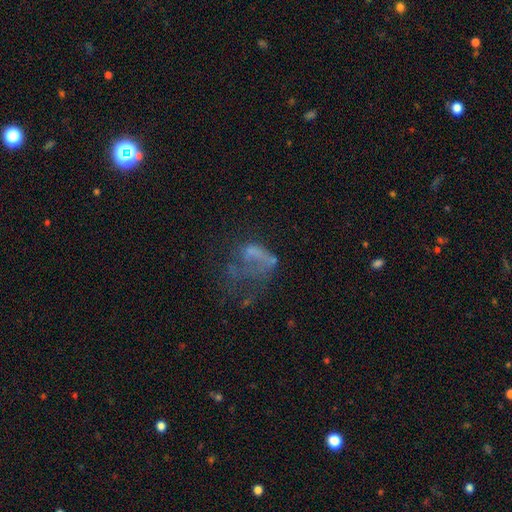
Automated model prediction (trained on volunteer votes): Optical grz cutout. It shows a featured or disk galaxy (45%). Merging: major disturbance (50%).